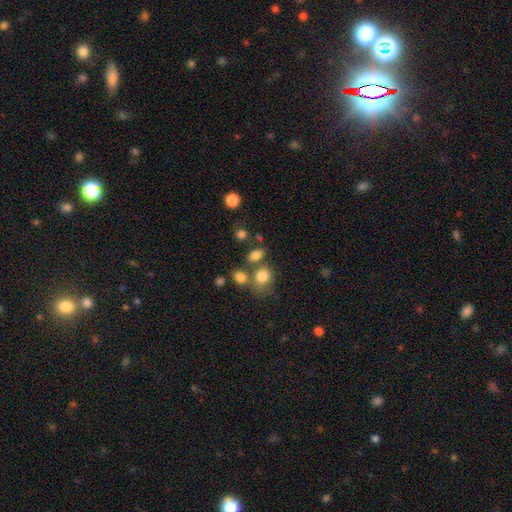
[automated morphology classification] A smooth galaxy with no disk features (79%) that is in between round and cigar-shaped (67%). Merging: none (58%).